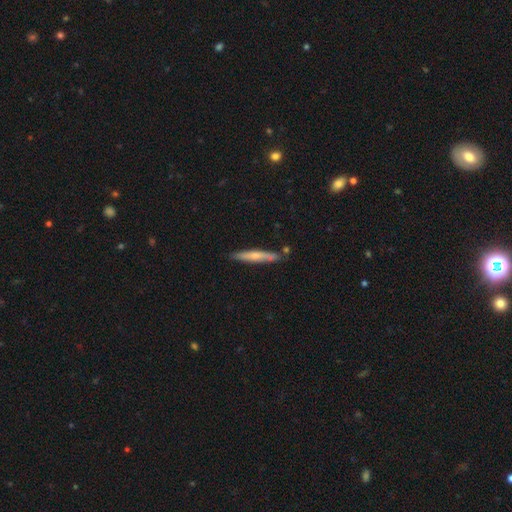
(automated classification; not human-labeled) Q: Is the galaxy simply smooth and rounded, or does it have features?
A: smooth — 57%.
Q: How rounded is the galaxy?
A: cigar-shaped — 94%.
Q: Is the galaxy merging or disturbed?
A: none — 81%.